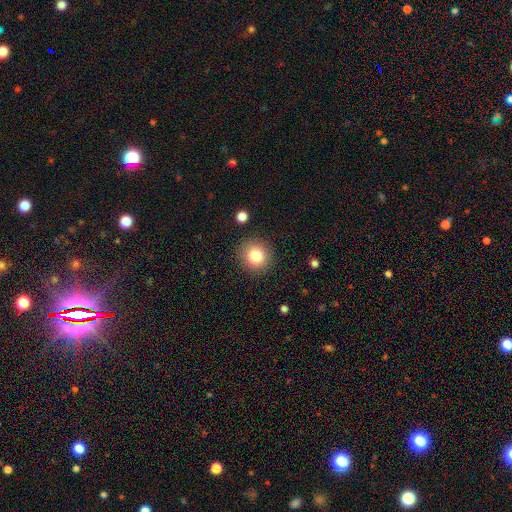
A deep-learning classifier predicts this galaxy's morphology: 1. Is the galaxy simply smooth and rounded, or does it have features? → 82% smooth, 11% star or artifact, 7% featured or disk.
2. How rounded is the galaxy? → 91% round, 8% in between, 1% cigar-shaped.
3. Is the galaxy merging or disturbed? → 89% none, 7% minor disturbance, 3% major disturbance, 2% merger.